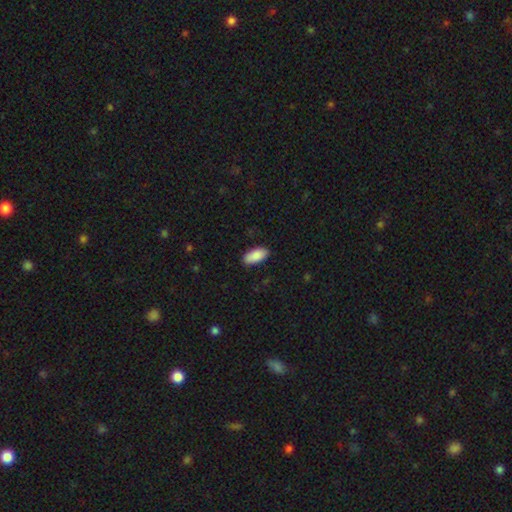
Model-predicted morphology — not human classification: type=smooth (88%); roundness=in between (91%); merging=none (88%).